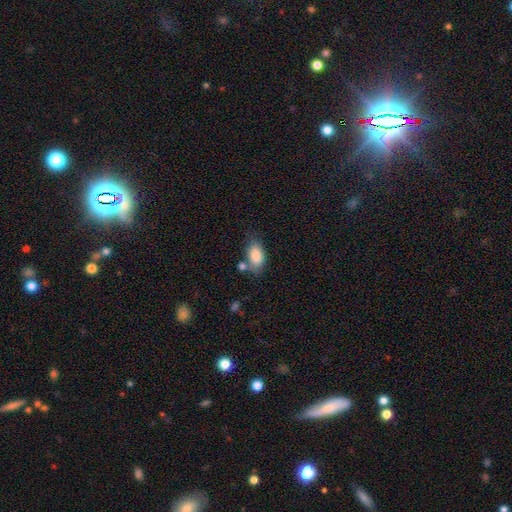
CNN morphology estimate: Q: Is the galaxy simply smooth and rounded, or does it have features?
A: smooth — 86%.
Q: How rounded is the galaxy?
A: in between — 92%.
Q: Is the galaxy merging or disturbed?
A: none — 60%.